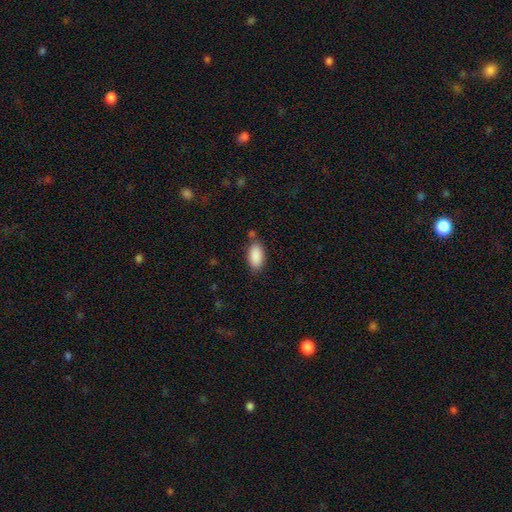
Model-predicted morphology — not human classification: Overall: smooth (90%). How rounded: in between (94%). Merging: none (75%).